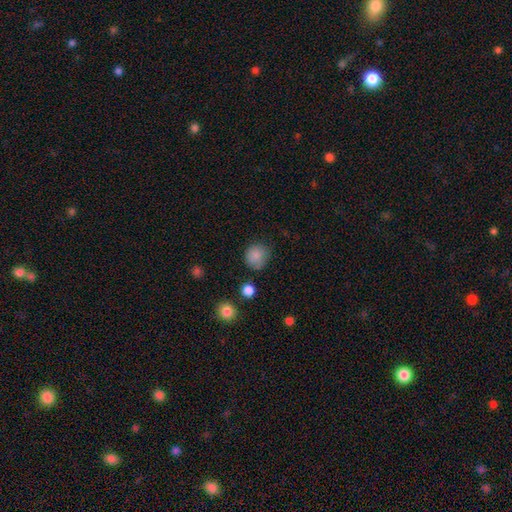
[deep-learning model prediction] Overall: smooth (85%). How rounded: round (86%). Merging: none (71%).